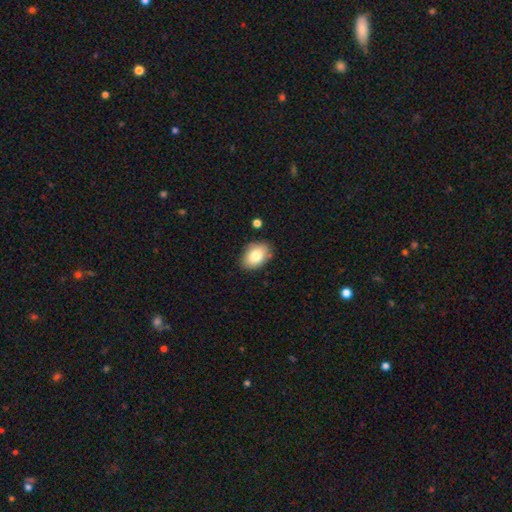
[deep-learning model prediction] A smooth galaxy with no disk features (82%) that is in between round and cigar-shaped (81%). Merging: none (81%).